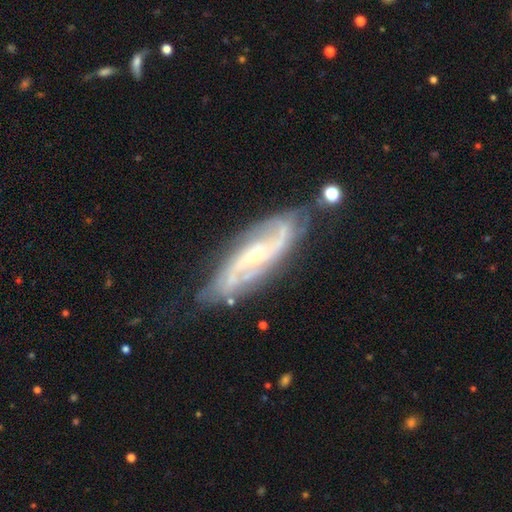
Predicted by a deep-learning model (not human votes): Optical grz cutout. It shows a featured or disk galaxy (85%) with no bar (44%), 2 (67%) medium (48%) spiral arms (96%) and a small central bulge (60%). Merging: none (70%).